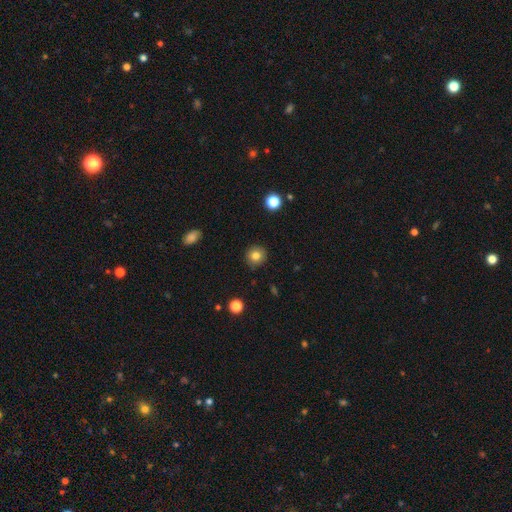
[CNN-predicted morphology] Smooth or featured: smooth — 81% (star or artifact — 11%)
How rounded: round — 92% (in between — 7%)
Merging: none — 91% (minor disturbance — 6%)